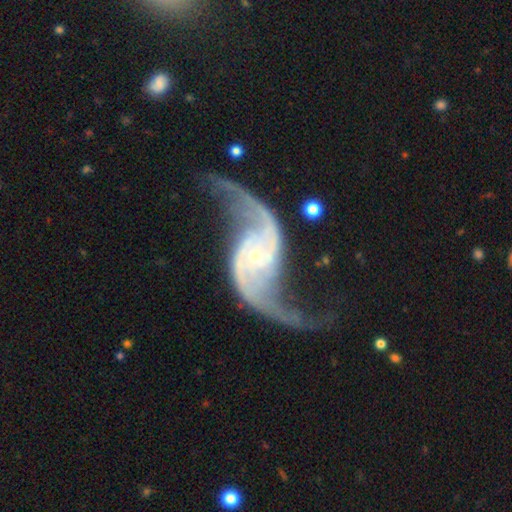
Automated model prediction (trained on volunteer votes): Smooth or featured? featured or disk (94%)
Edge-on disk? no (97%)
Bar? no (57%)
Spiral arms? yes (98%)
Spiral winding? loose (76%)
Spiral arm count? 2 (94%)
Bulge size? small (71%)
Merging? none (64%)